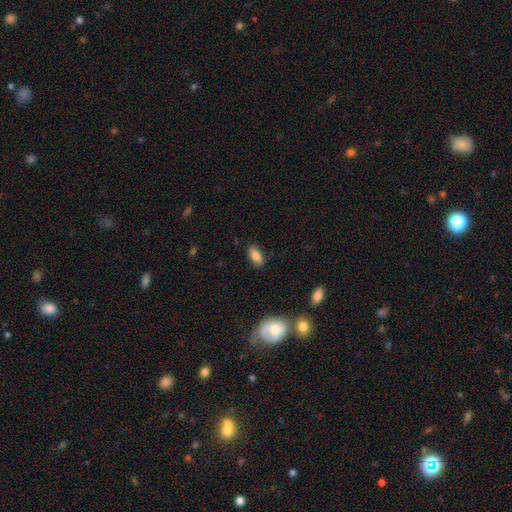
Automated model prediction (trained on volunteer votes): This appears to be a smooth galaxy with no disk features (83%) that is in between round and cigar-shaped (88%). Merging: none (85%).